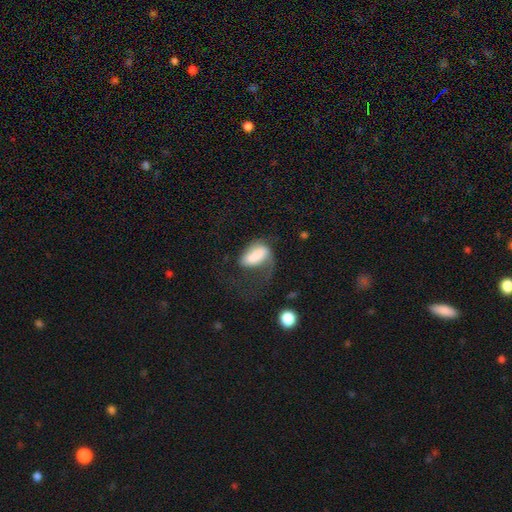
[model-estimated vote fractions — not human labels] Overall: smooth (67%). How rounded: in between (87%). Merging: major disturbance (51%; none 24%).